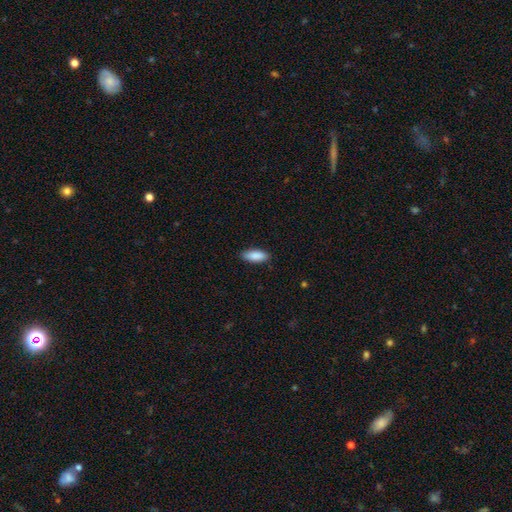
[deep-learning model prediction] This is clearly a smooth galaxy (89%). How rounded: likely in between (76%). Merging: clearly none (87%).